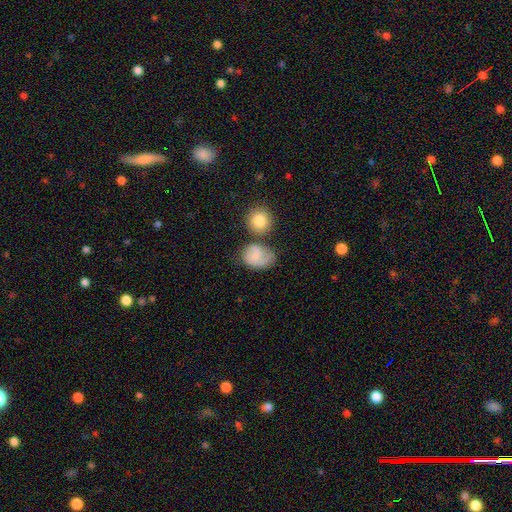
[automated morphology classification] Smooth or featured? smooth (56%)
How rounded? in between (52%)
Merging? none (46%)